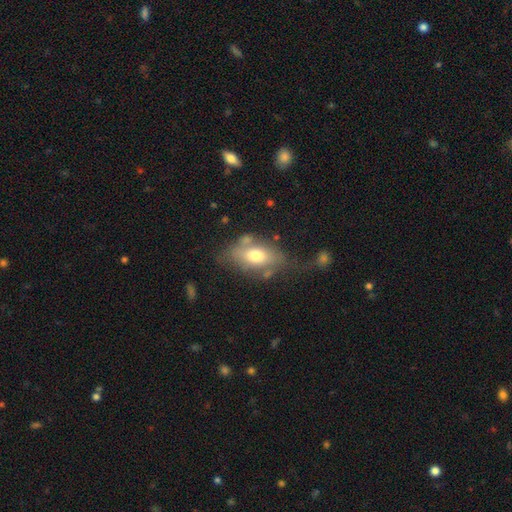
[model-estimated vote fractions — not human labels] The model was most divided on "merging": none: 49%, minor disturbance: 25%, major disturbance: 15%, merger: 11%. More confident: how rounded — in between (87%); smooth or featured — smooth (65%).